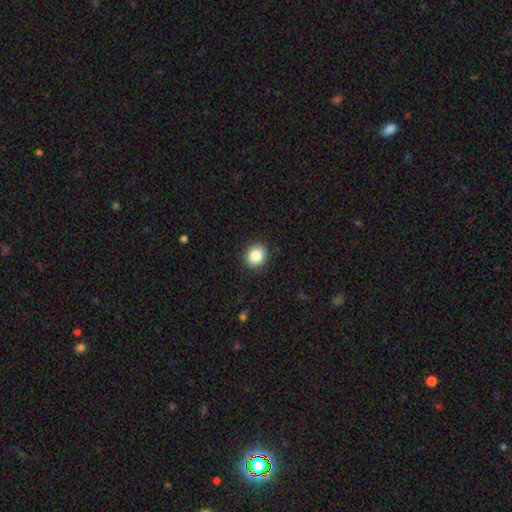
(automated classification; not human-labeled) Smooth or featured? smooth (85%)
How rounded? round (71%)
Merging? none (90%)